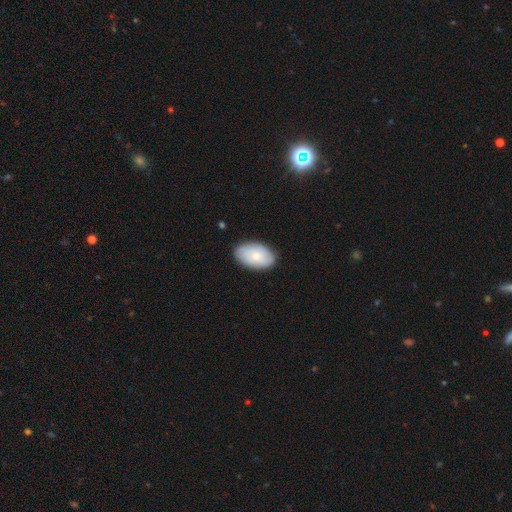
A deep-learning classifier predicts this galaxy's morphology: This appears to be a smooth galaxy with no disk features (75%) that is in between round and cigar-shaped (93%). Merging: none (85%).